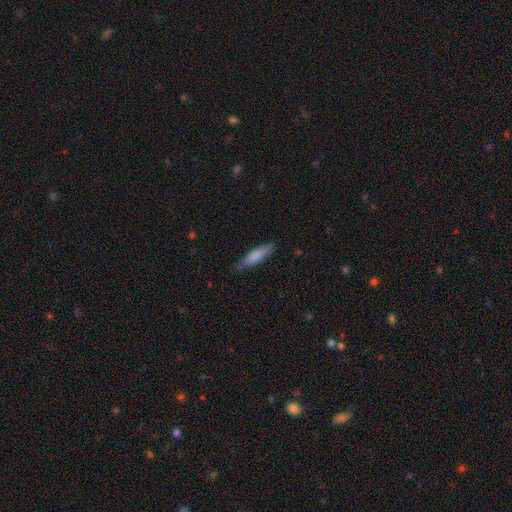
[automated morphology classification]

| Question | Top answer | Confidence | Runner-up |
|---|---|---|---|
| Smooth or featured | smooth | 77% | featured or disk (17%) |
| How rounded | cigar-shaped | 78% | in between (21%) |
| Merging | none | 80% | minor disturbance (16%) |